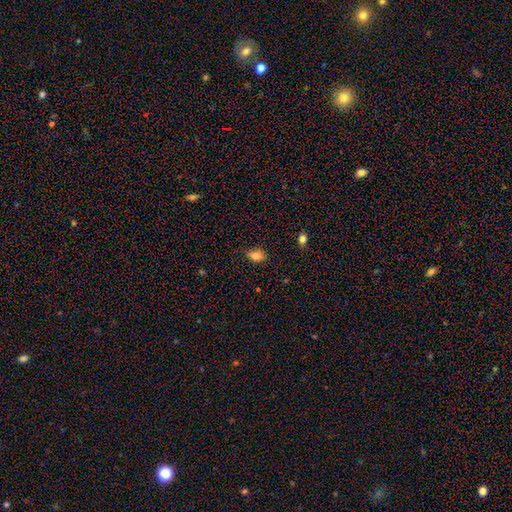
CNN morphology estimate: Smooth or featured: smooth — 82% (star or artifact — 10%)
How rounded: in between — 83% (round — 14%)
Merging: none — 78% (minor disturbance — 18%)